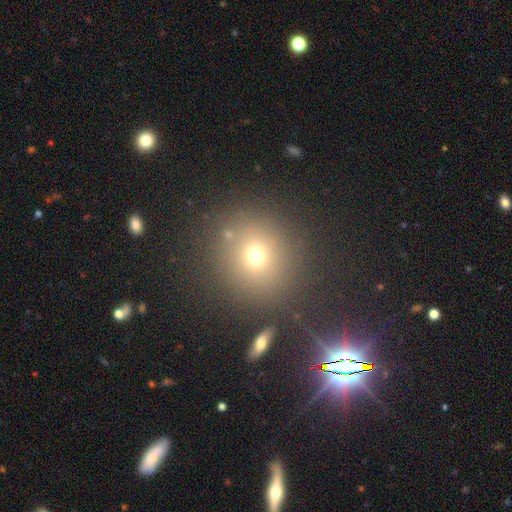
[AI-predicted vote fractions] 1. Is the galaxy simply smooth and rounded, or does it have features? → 69% smooth, 20% star or artifact, 12% featured or disk.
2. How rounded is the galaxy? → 88% round, 11% in between, 1% cigar-shaped.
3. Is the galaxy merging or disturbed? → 81% none, 9% minor disturbance, 6% merger, 5% major disturbance.